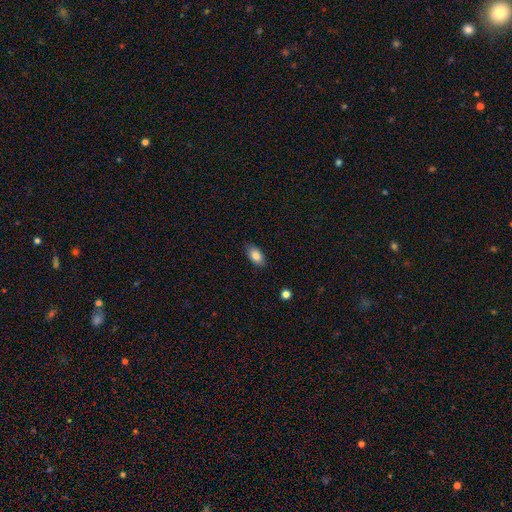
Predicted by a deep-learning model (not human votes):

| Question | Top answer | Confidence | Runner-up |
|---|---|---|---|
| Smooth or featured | smooth | 84% | featured or disk (8%) |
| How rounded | in between | 91% | round (6%) |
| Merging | none | 85% | minor disturbance (12%) |